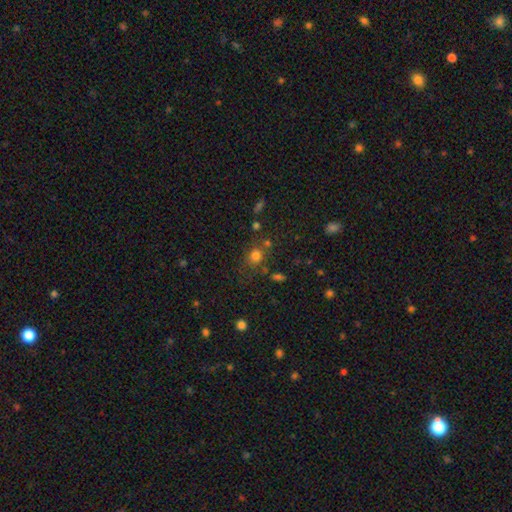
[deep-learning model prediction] smooth_or_featured: smooth (p=0.75) [alt: star or artifact p=0.17]
how_rounded: round (p=0.74) [alt: in between p=0.24]
merging: none (p=0.67) [alt: minor disturbance p=0.14]